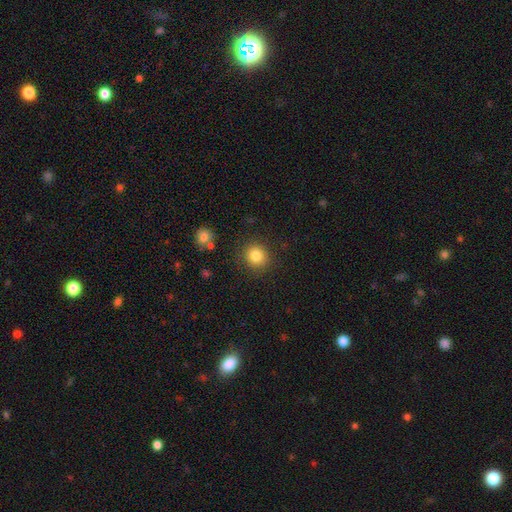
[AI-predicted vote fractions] Q: Smooth or featured?
A: smooth (84%); runner-up: star or artifact (11%)
Q: How rounded?
A: round (90%); runner-up: in between (9%)
Q: Merging?
A: none (87%); runner-up: minor disturbance (8%)